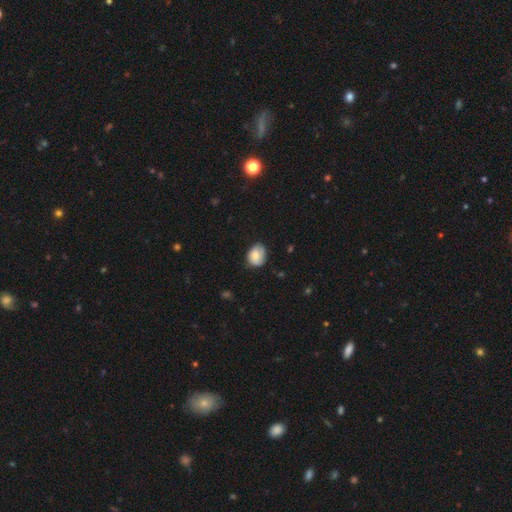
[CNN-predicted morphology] smooth-or-featured: smooth: 71% | featured or disk: 21% | star or artifact: 7%
  how-rounded: in between: 53% | round: 46% | cigar-shaped: 1%
  merging: none: 63% | minor disturbance: 30% | major disturbance: 6% | merger: 1%